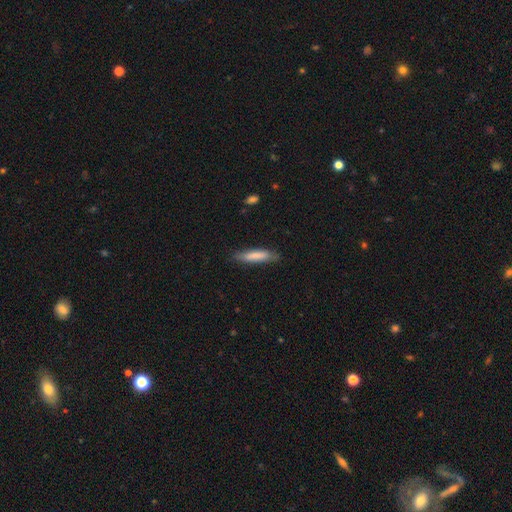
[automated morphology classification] Smooth or featured? Predicted: smooth (p=0.76). How rounded? Predicted: cigar-shaped (p=0.82). Merging? Predicted: none (p=0.80).